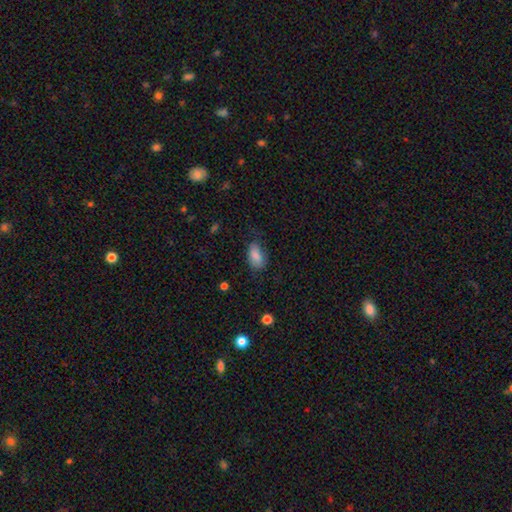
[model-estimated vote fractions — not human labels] Q: Smooth or featured?
A: smooth (86%); runner-up: star or artifact (7%)
Q: How rounded?
A: in between (92%); runner-up: round (4%)
Q: Merging?
A: none (62%); runner-up: minor disturbance (27%)